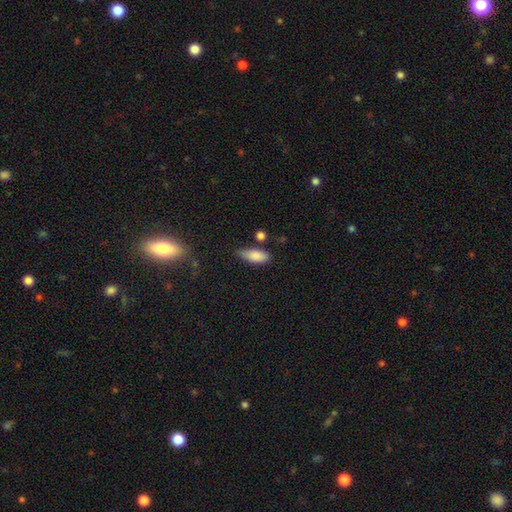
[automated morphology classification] A smooth galaxy with no disk features (85%) that is in between round and cigar-shaped (79%).

Vote fractions:
- Smooth or featured? smooth: 85% / featured or disk: 8% / star or artifact: 7%
- How rounded? in between: 79% / cigar-shaped: 19% / round: 2%
- Merging? none: 65% / minor disturbance: 24% / merger: 6% / major disturbance: 5%